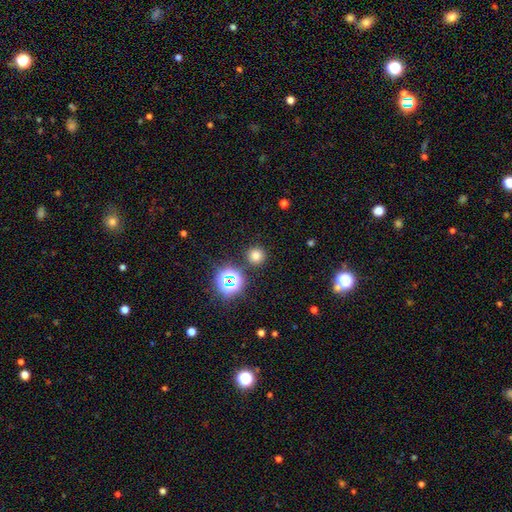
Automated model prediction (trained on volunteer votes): Smooth or featured? smooth (72%)
How rounded? round (94%)
Merging? none (87%)